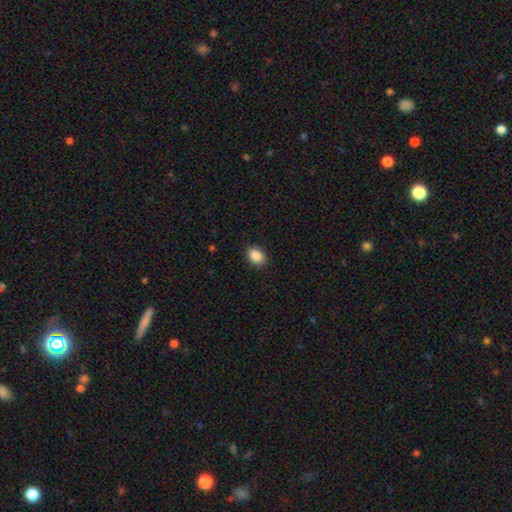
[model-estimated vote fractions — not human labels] Smooth or featured?
  - smooth: 88% *
  - star or artifact: 8%
  - featured or disk: 4%
How rounded?
  - in between: 75% *
  - round: 23%
  - cigar-shaped: 1%
Merging?
  - none: 89% *
  - minor disturbance: 8%
  - major disturbance: 2%
  - merger: 1%